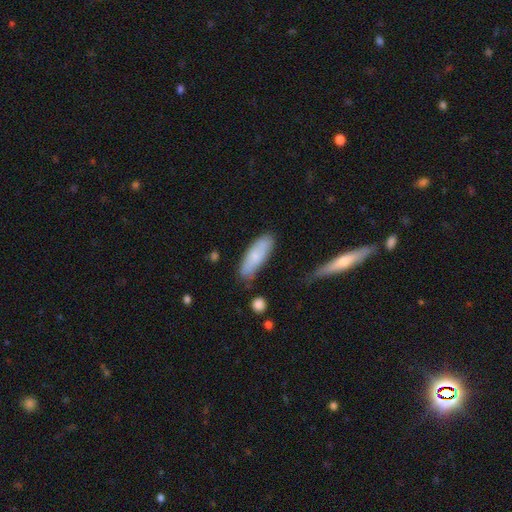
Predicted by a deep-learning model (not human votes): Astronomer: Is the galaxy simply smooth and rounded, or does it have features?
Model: smooth — 73%.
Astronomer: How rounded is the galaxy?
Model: in between — 58% (runner-up: cigar-shaped, 40%).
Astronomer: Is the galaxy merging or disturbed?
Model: none — 70%.